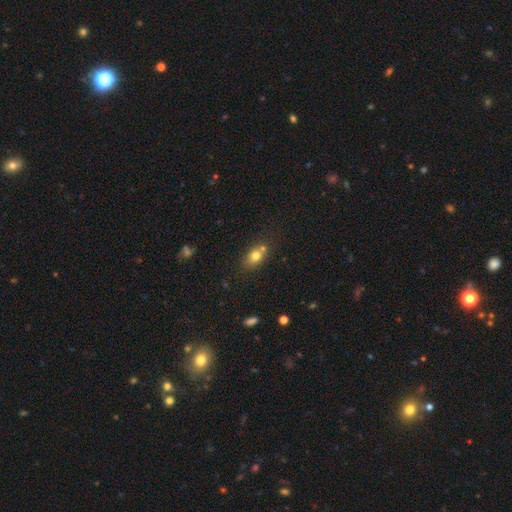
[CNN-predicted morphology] Smooth or featured: smooth — 75% (featured or disk — 14%)
How rounded: in between — 65% (round — 32%)
Merging: none — 55% (merger — 27%)